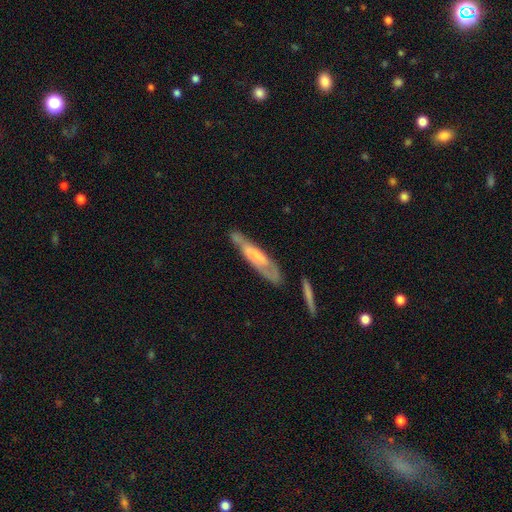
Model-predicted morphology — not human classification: Smooth or featured? Predicted: featured or disk (p=0.58). Edge-on disk? Predicted: no (p=0.55). Merging? Predicted: none (p=0.65).